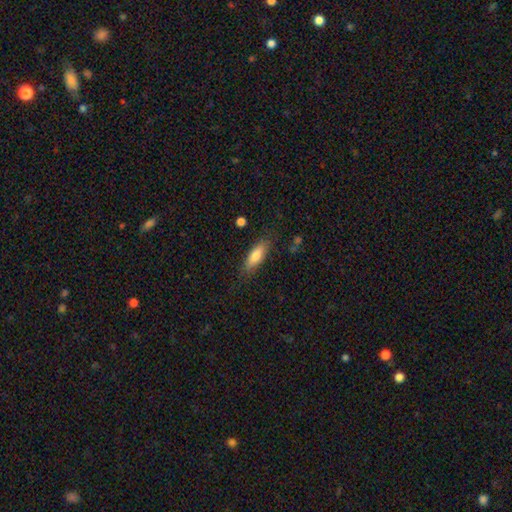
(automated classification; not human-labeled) Overall: smooth (76%). How rounded: in between (59%; cigar-shaped 39%). Merging: none (80%).